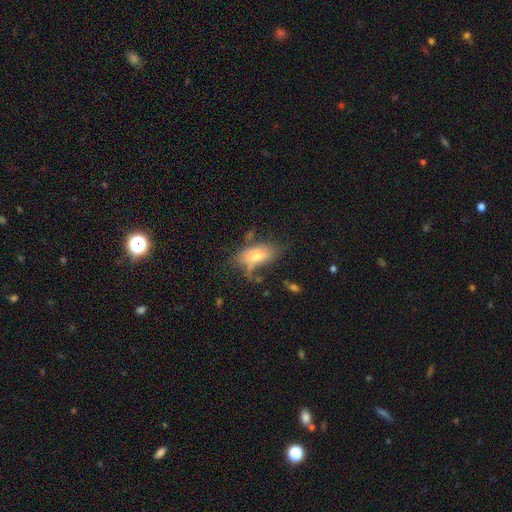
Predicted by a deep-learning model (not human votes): The model was most divided on "merging": none: 43%, minor disturbance: 27%, major disturbance: 20%, merger: 11%. More confident: how rounded — in between (88%); smooth or featured — smooth (62%).